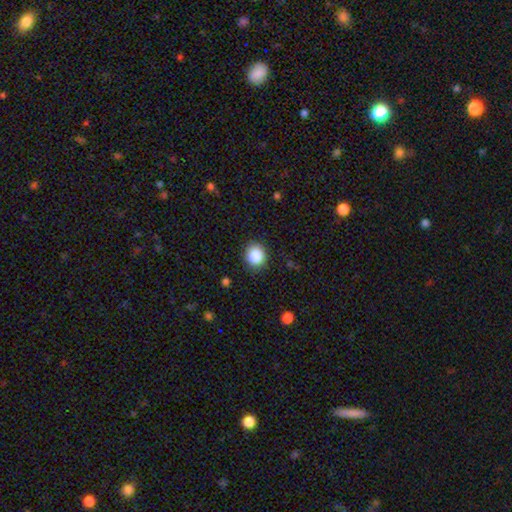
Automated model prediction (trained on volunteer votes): A smooth galaxy with no disk features (87%) that is round (79%). Merging: none (88%).